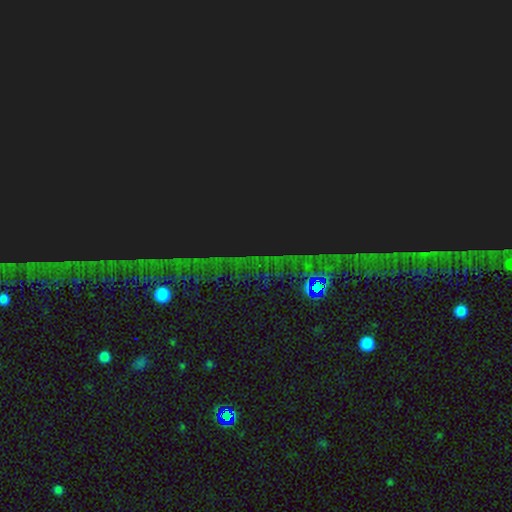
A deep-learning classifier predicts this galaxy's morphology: smooth_or_featured: star or artifact (p=0.84) [alt: smooth p=0.08]